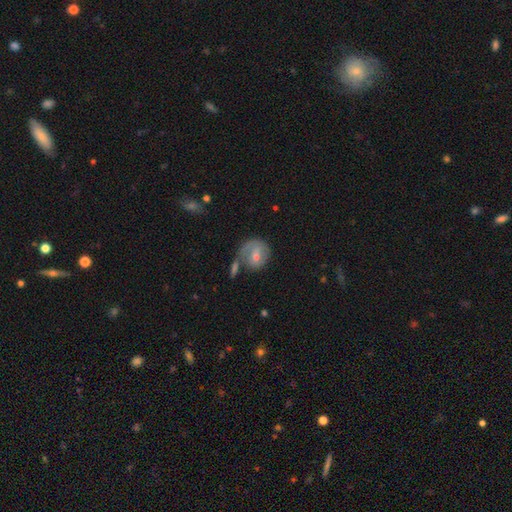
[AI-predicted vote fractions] Smooth or featured? Predicted: featured or disk (p=0.56). Edge-on disk? Predicted: no (p=0.96). Bar? Predicted: no (p=0.49). Spiral arms? Predicted: yes (p=0.70). Bulge size? Predicted: moderate (p=0.49). Merging? Predicted: none (p=0.50).